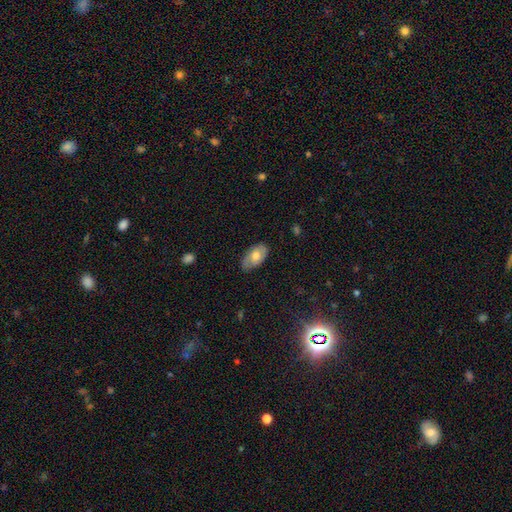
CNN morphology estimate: smooth 64%, featured or disk 29%, star or artifact 6%. Down the decision tree: how rounded — in between (94%); merging — none (76%).